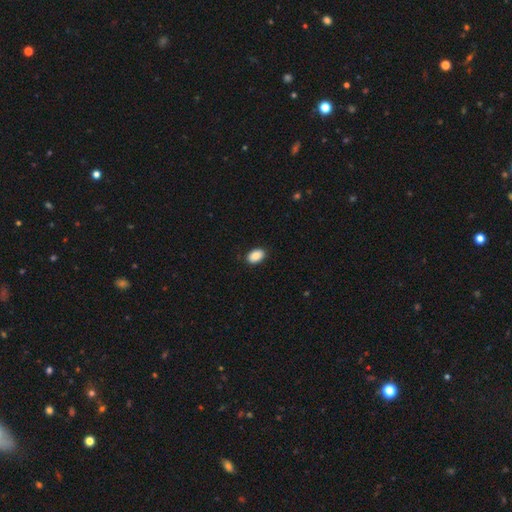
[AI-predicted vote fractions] Smooth or featured? smooth (89%)
How rounded? in between (90%)
Merging? none (89%)